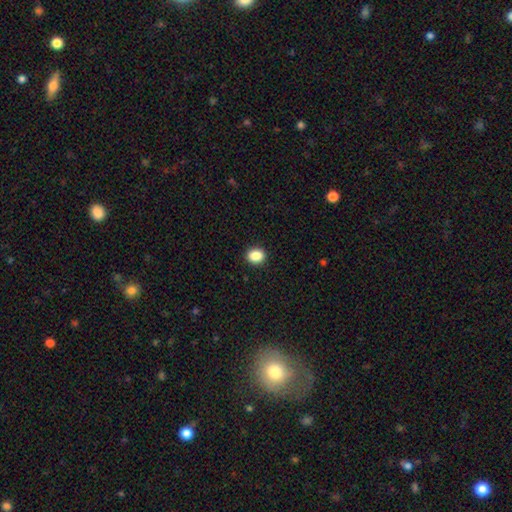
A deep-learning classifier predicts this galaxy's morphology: Overall: smooth (87%). How rounded: round (60%; in between 39%). Merging: none (92%).